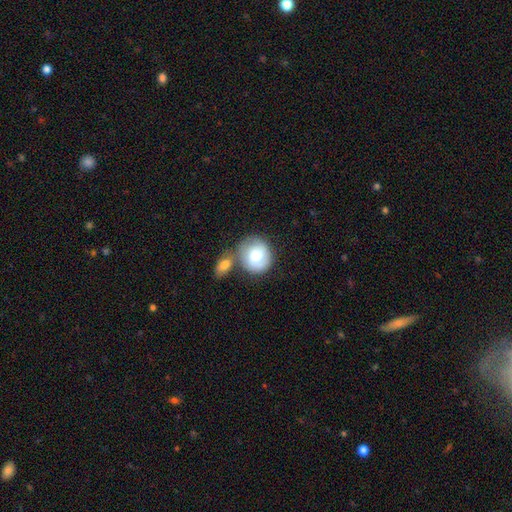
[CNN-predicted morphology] Overall: smooth (68%). How rounded: round (85%). Merging: none (43%; merger 36%).